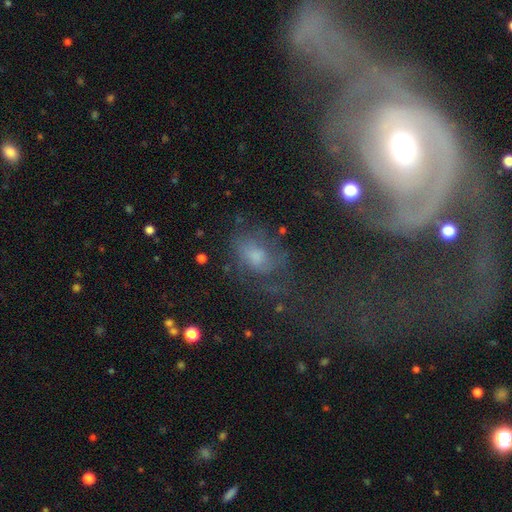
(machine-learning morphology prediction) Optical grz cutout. It shows a smooth galaxy with no disk features (48%). Merging: none (48%).